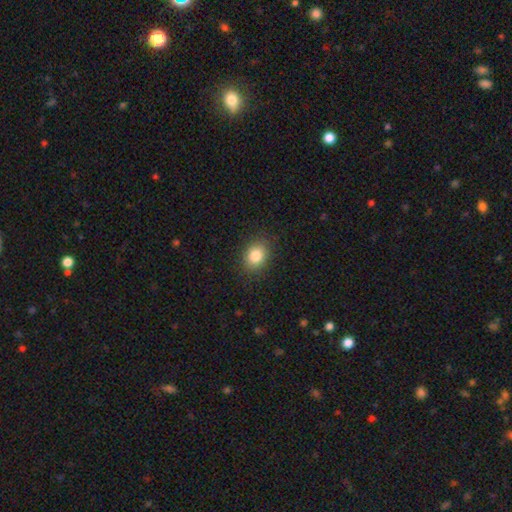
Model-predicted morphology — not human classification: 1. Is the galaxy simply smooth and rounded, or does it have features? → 84% smooth, 10% star or artifact, 6% featured or disk.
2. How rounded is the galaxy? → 58% in between, 41% round, 1% cigar-shaped.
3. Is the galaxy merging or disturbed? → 87% none, 9% minor disturbance, 3% major disturbance, 1% merger.